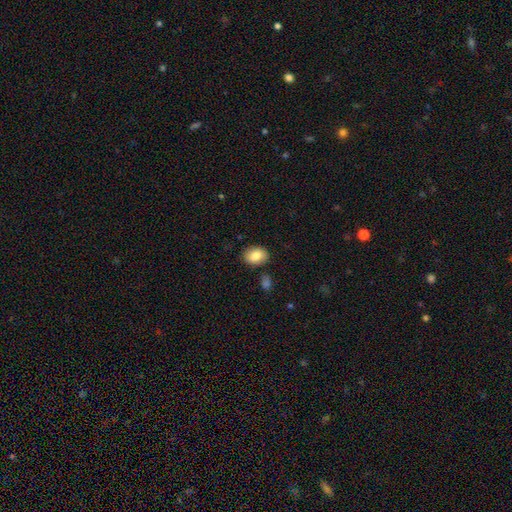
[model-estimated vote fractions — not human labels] smooth_or_featured: smooth (p=0.84) [alt: featured or disk p=0.08]
how_rounded: in between (p=0.66) [alt: round p=0.33]
merging: none (p=0.82) [alt: minor disturbance p=0.12]